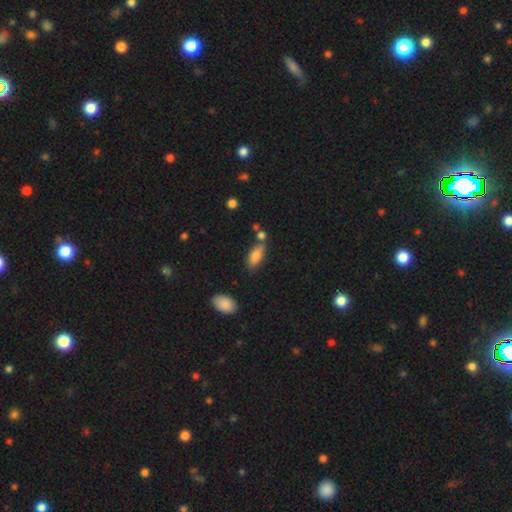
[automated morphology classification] The model was most divided on "merging": none: 63%, minor disturbance: 17%, merger: 16%, major disturbance: 4%. More confident: how rounded — in between (82%); smooth or featured — smooth (82%).